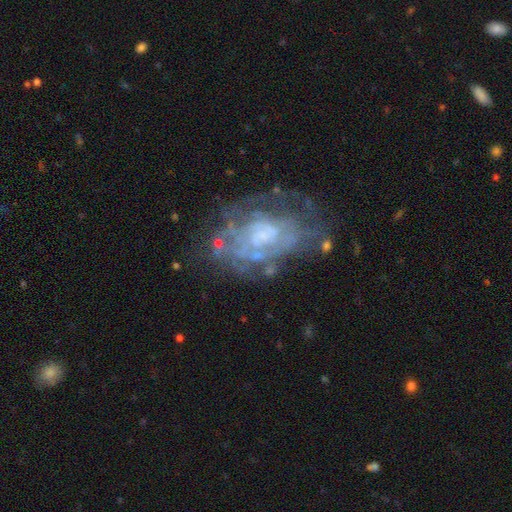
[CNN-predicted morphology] featured or disk 76%, smooth 15%, star or artifact 9%. Down the decision tree: edge-on disk — no (97%); bar — no (77%); spiral arms — yes (55%); bulge size — small (44%); merging — none (47%).